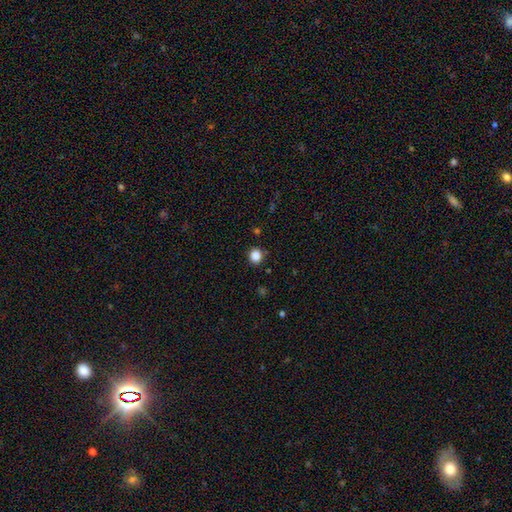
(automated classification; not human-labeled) Smooth or featured? smooth (85%)
How rounded? round (81%)
Merging? none (88%)